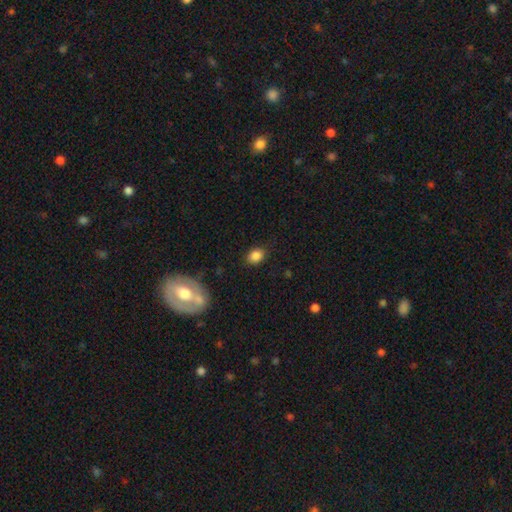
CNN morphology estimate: A smooth galaxy with no disk features (85%) that is in between round and cigar-shaped (62%).

Vote fractions:
- Smooth or featured? smooth: 85% / star or artifact: 10% / featured or disk: 6%
- How rounded? in between: 62% / round: 37% / cigar-shaped: 1%
- Merging? none: 81% / minor disturbance: 14% / major disturbance: 4% / merger: 2%